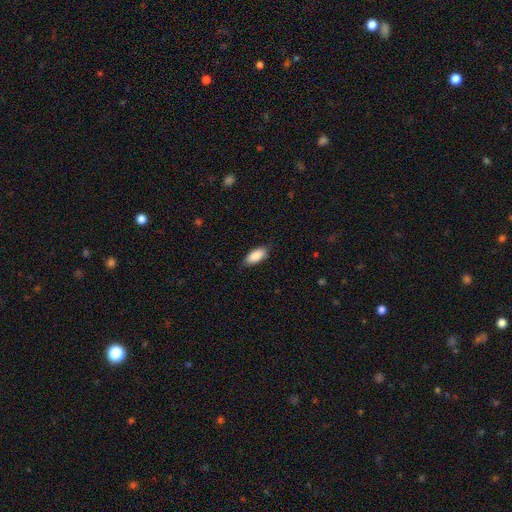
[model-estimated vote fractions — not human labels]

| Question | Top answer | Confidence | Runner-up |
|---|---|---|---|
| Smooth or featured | smooth | 88% | featured or disk (6%) |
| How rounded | in between | 87% | cigar-shaped (10%) |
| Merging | none | 81% | minor disturbance (15%) |